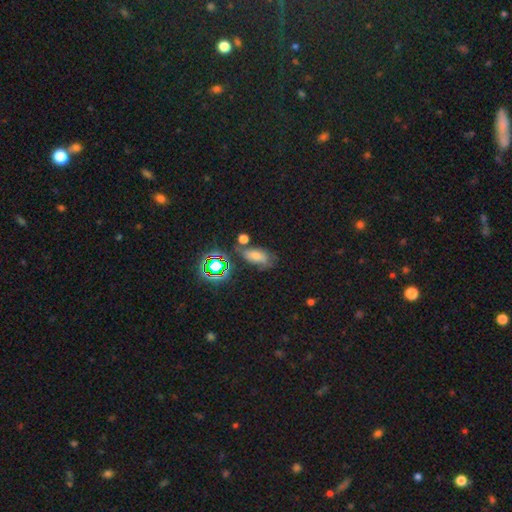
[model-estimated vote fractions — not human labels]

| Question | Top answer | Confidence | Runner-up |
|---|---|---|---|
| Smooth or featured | smooth | 45% | star or artifact (36%) |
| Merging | none | 59% | minor disturbance (21%) |